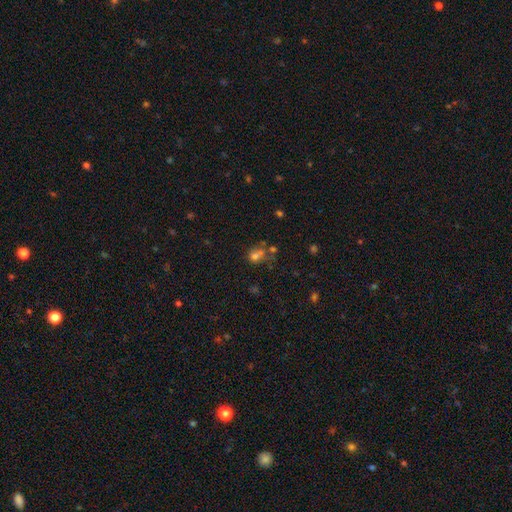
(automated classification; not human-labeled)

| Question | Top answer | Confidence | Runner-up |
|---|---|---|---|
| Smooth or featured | smooth | 64% | star or artifact (21%) |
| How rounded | round | 59% | in between (39%) |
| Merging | merger | 37% | none (36%) |